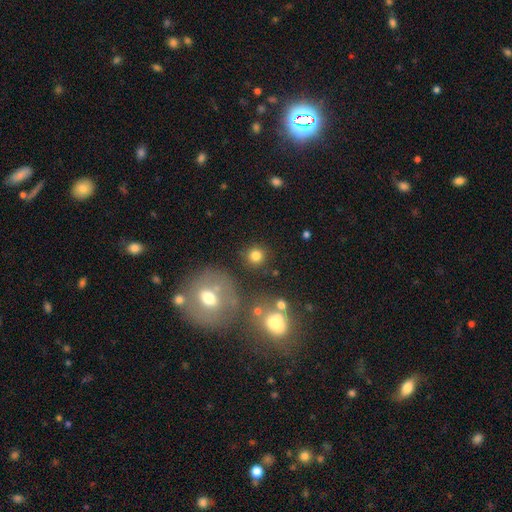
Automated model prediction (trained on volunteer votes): The model was most divided on "smooth or featured": smooth: 79%, star or artifact: 14%, featured or disk: 7%. More confident: how rounded — round (92%); merging — none (85%).